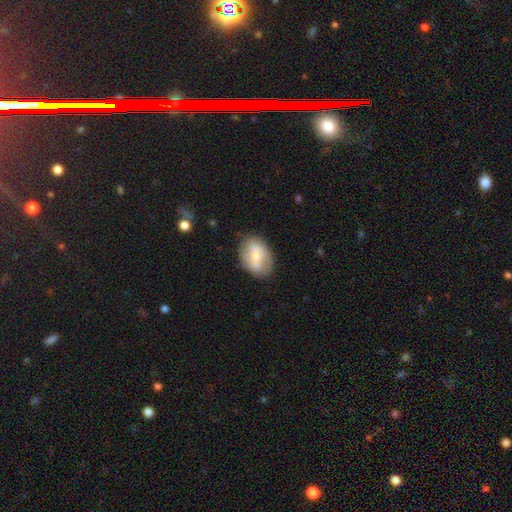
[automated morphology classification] A smooth galaxy with no disk features (50%). Merging: none (77%).